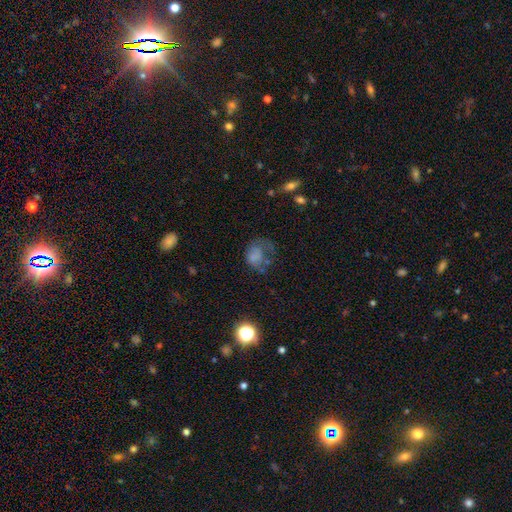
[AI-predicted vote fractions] Smooth or featured?
  - smooth: 58% *
  - featured or disk: 28%
  - star or artifact: 14%
How rounded?
  - in between: 52% *
  - round: 47%
  - cigar-shaped: 1%
Merging?
  - major disturbance: 46% *
  - none: 27%
  - minor disturbance: 22%
  - merger: 5%